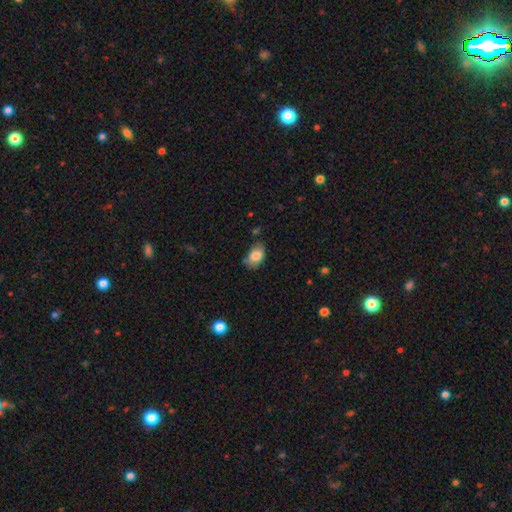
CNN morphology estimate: This appears to be a smooth galaxy with no disk features (82%) that is in between round and cigar-shaped (87%). Merging: none (53%).